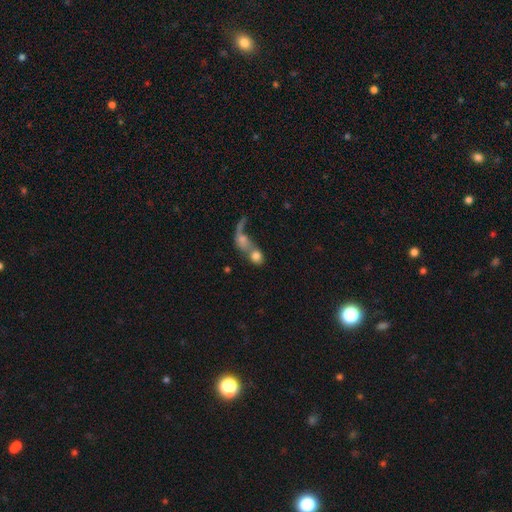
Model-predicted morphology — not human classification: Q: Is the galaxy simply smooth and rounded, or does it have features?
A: smooth — 67%.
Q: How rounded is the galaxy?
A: round — 53%.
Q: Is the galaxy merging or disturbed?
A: merger — 73%.